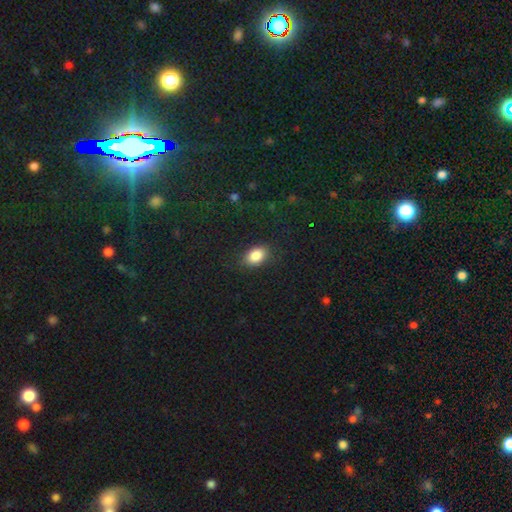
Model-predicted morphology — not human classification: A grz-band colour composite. It shows a smooth galaxy with no disk features (86%) that is in between round and cigar-shaped (85%). Merging: none (83%).